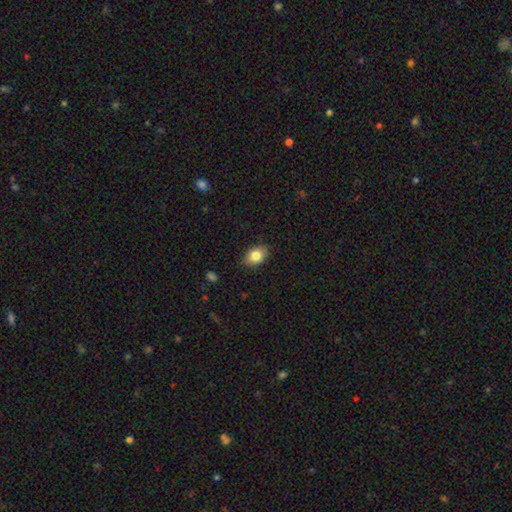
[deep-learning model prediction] Q: Smooth or featured?
A: smooth (82%); runner-up: featured or disk (10%)
Q: How rounded?
A: in between (78%); runner-up: round (21%)
Q: Merging?
A: none (86%); runner-up: minor disturbance (11%)